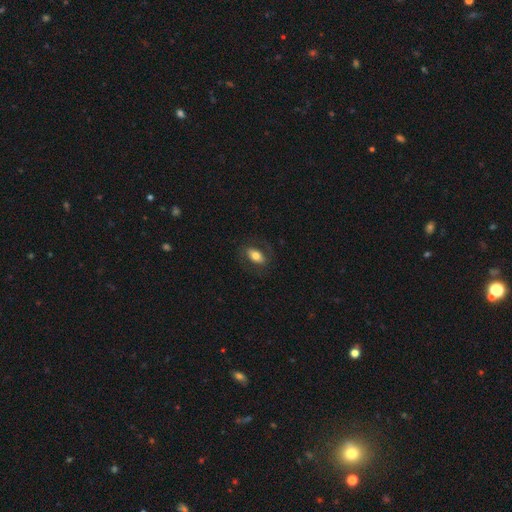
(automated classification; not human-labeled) Overall: smooth (63%; featured or disk 29%). How rounded: in between (89%). Merging: none (77%).